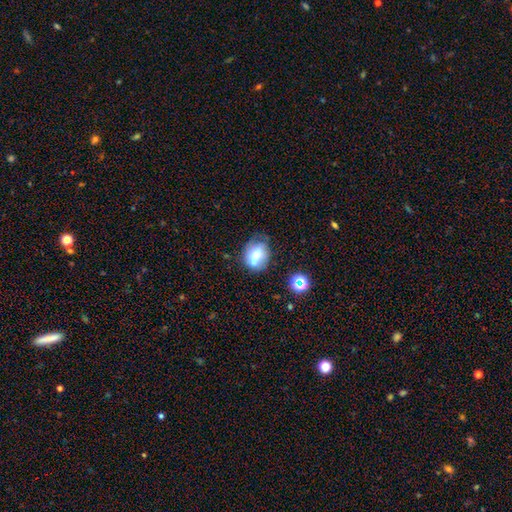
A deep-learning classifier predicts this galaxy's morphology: A smooth galaxy with no disk features (61%) that is in between round and cigar-shaped (51%). Merging: none (52%).